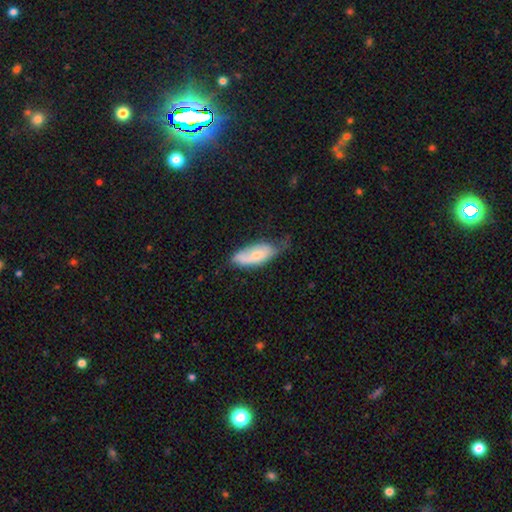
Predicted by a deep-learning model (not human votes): This appears to be a smooth galaxy with no disk features (62%) that is in between round and cigar-shaped (83%). Merging: minor disturbance (42%).